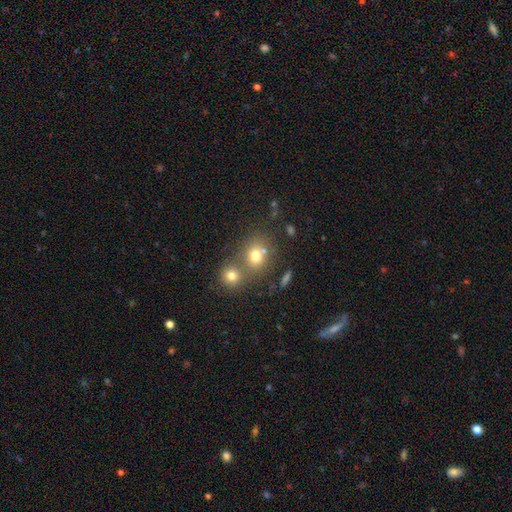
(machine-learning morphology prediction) smooth_or_featured: smooth (p=0.73) [alt: star or artifact p=0.14]
how_rounded: round (p=0.69) [alt: in between p=0.30]
merging: none (p=0.47) [alt: merger p=0.39]